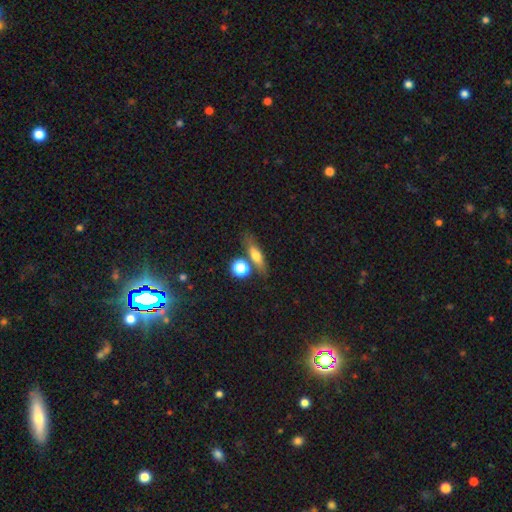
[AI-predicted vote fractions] Morphology: type=smooth (58%); roundness=cigar-shaped (47%); merging=none (67%).